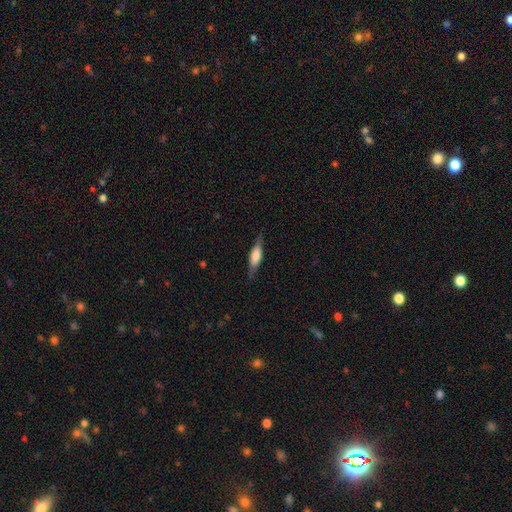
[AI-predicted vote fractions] Smooth or featured?
  - smooth: 51% *
  - featured or disk: 43%
  - star or artifact: 6%
How rounded?
  - cigar-shaped: 62% *
  - in between: 35%
  - round: 2%
Merging?
  - none: 83% *
  - minor disturbance: 13%
  - major disturbance: 3%
  - merger: 1%